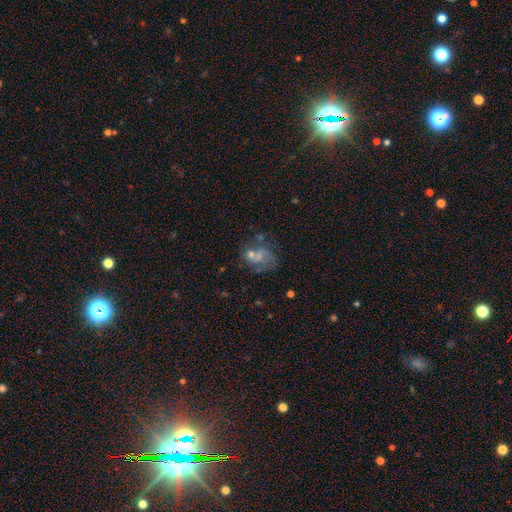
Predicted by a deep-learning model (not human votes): A smooth galaxy with no disk features (46%).

Vote fractions:
- Smooth or featured? smooth: 46% / featured or disk: 38% / star or artifact: 15%
- Merging? merger: 29% (tied) / none: 29% (tied) / major disturbance: 25% / minor disturbance: 18%